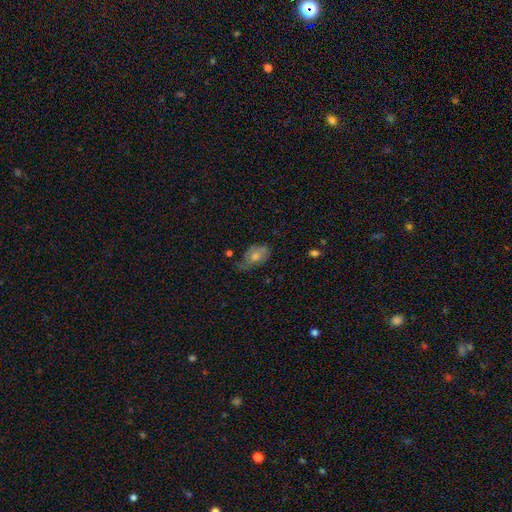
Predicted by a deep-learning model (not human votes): Smooth or featured? smooth (60%)
How rounded? in between (87%)
Merging? none (40%)